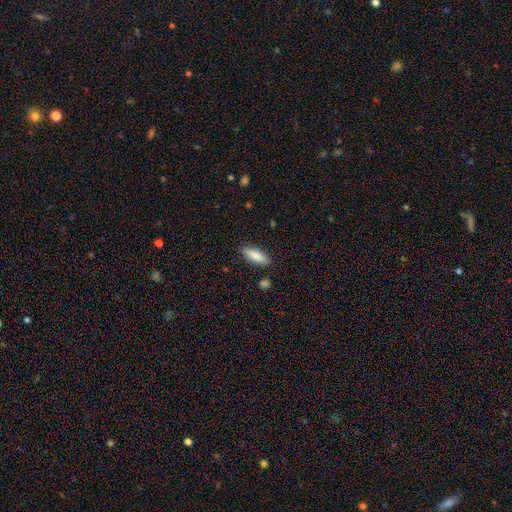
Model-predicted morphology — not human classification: Smooth or featured: smooth — 85% (featured or disk — 9%)
How rounded: in between — 63% (cigar-shaped — 35%)
Merging: none — 85% (minor disturbance — 10%)